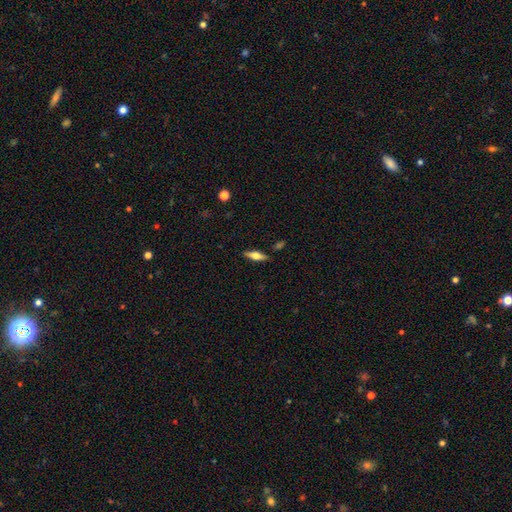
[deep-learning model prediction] smooth_or_featured: featured or disk (p=0.49) [alt: smooth p=0.44]
merging: none (p=0.86) [alt: minor disturbance p=0.09]